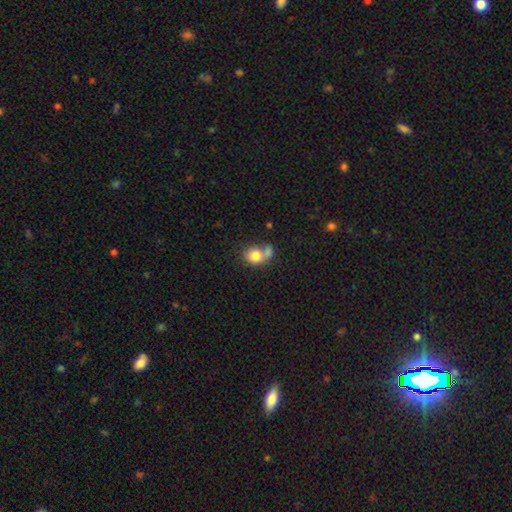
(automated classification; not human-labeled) Smooth or featured: smooth — 80% (featured or disk — 11%)
How rounded: round — 67% (in between — 33%)
Merging: merger — 51% (none — 33%)